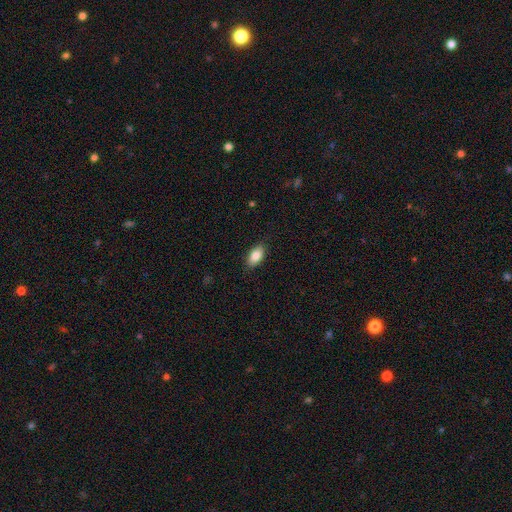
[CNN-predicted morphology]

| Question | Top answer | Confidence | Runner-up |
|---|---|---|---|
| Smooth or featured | smooth | 86% | star or artifact (7%) |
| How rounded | in between | 92% | round (5%) |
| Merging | none | 88% | minor disturbance (9%) |